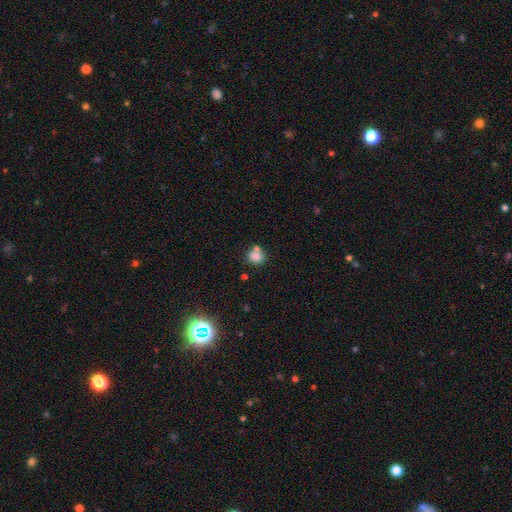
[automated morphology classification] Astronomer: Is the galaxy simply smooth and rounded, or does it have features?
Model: smooth — 79%.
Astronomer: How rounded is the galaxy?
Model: round — 74%.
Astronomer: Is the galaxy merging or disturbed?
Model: none — 55% (runner-up: merger, 31%).